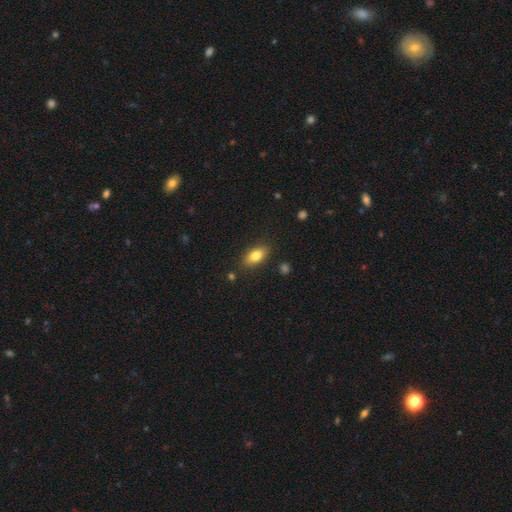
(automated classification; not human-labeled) This is clearly a smooth galaxy (81%). How rounded: clearly in between (86%). Merging: clearly none (85%).